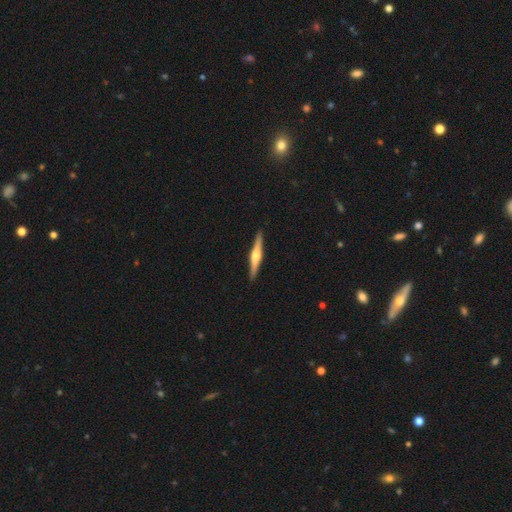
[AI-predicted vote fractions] This appears to be a featured or disk galaxy (72%) viewed edge-on (98%) with a rounded central bulge (91%). Merging: none (92%).